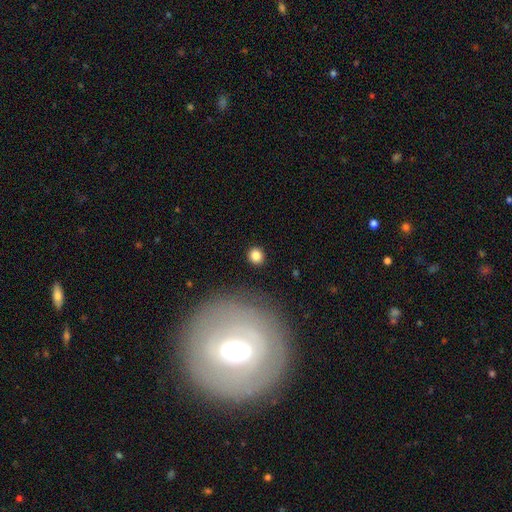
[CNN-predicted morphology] Smooth or featured? smooth (83%)
How rounded? round (84%)
Merging? none (90%)